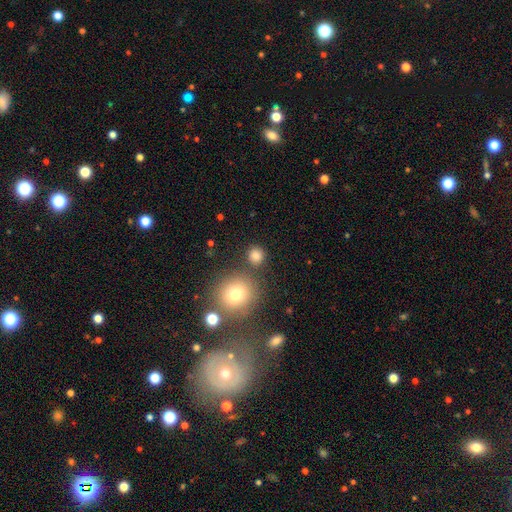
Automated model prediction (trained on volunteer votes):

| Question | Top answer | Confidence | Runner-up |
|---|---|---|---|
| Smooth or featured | smooth | 81% | star or artifact (14%) |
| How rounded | round | 89% | in between (10%) |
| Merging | none | 81% | merger (8%) |